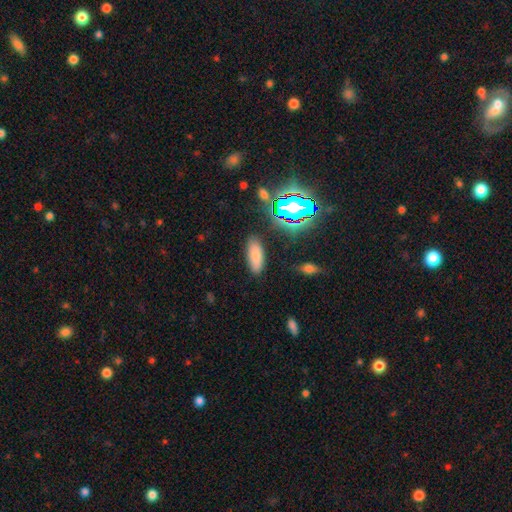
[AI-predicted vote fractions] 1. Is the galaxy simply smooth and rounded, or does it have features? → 76% smooth, 14% star or artifact, 10% featured or disk.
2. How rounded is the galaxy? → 77% in between, 21% cigar-shaped, 3% round.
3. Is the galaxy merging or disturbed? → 85% none, 10% minor disturbance, 3% major disturbance, 2% merger.